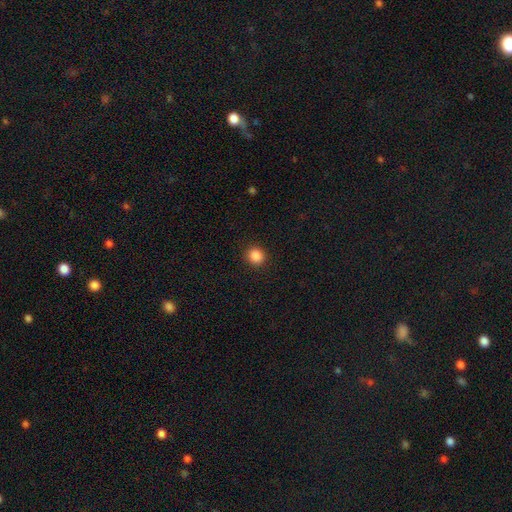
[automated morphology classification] Smooth or featured: smooth — 87% (star or artifact — 10%)
How rounded: round — 90% (in between — 9%)
Merging: none — 91% (minor disturbance — 5%)